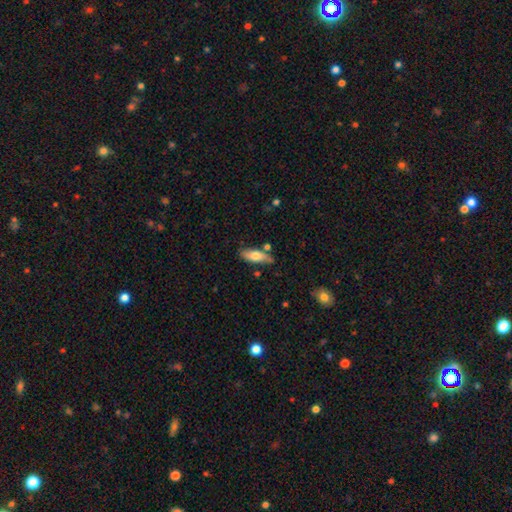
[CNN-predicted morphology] A smooth galaxy with no disk features (70%) that is in between round and cigar-shaped (69%). Merging: none (73%).